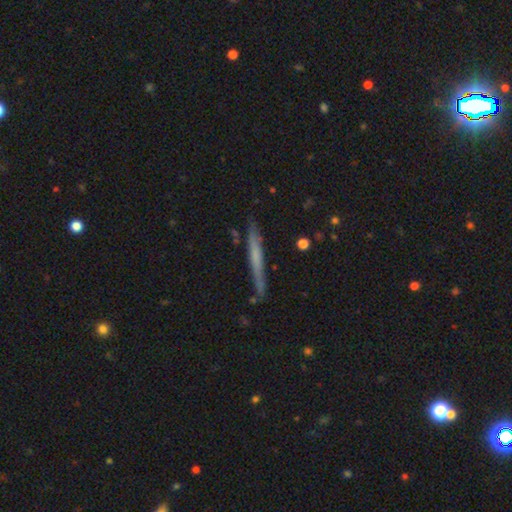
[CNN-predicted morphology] This appears to be a smooth galaxy with no disk features (47%). Merging: none (84%).